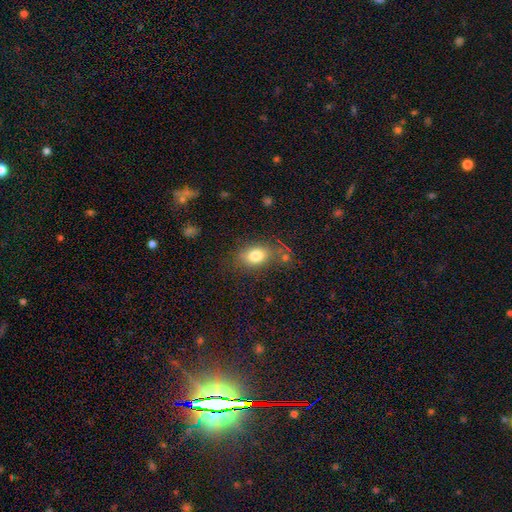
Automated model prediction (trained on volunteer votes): The model was most divided on "how rounded": in between: 74%, round: 24%, cigar-shaped: 2%. More confident: smooth or featured — smooth (80%); merging — none (69%).